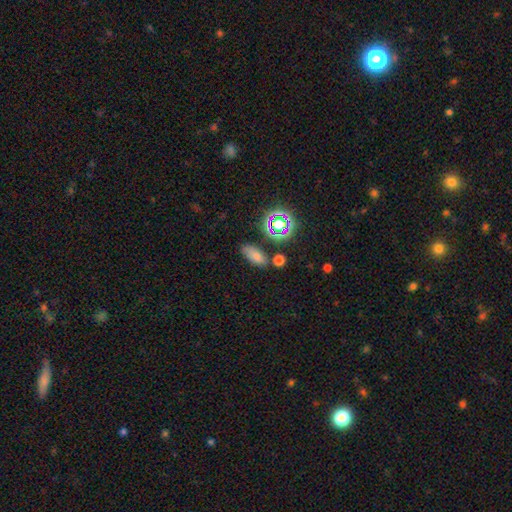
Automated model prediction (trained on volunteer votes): Overall: smooth (71%). How rounded: in between (81%). Merging: none (70%).